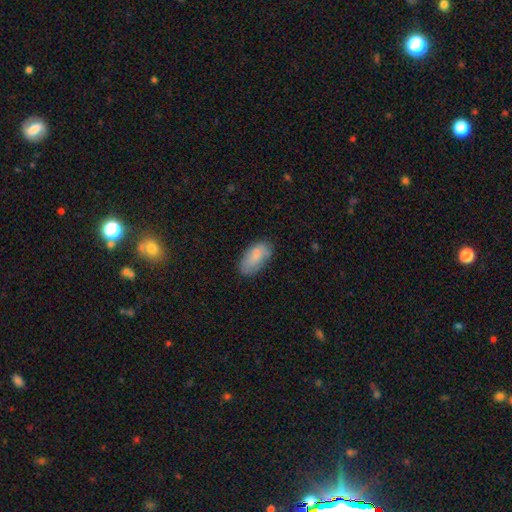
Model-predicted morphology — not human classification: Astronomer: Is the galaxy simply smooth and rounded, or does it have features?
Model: smooth — 82%.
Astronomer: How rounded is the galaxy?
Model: in between — 93%.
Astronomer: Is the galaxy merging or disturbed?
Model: none — 70%.